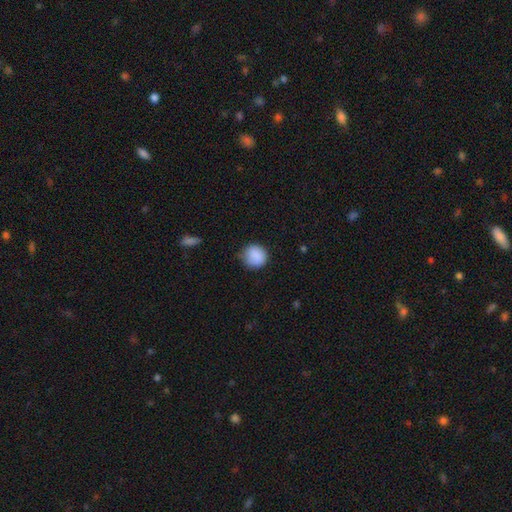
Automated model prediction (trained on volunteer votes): A smooth galaxy with no disk features (87%) that is round (88%).

Vote fractions:
- Smooth or featured? smooth: 87% / star or artifact: 8% / featured or disk: 5%
- How rounded? round: 88% / in between: 11% / cigar-shaped: 1%
- Merging? none: 75% / minor disturbance: 19% / major disturbance: 4% / merger: 1%